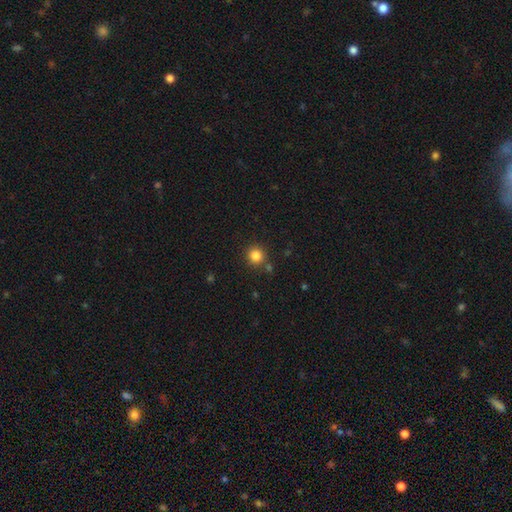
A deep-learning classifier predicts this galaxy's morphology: Smooth or featured?
  - smooth: 84% *
  - star or artifact: 12%
  - featured or disk: 4%
How rounded?
  - round: 92% *
  - in between: 7%
  - cigar-shaped: 1%
Merging?
  - none: 84% *
  - minor disturbance: 7%
  - merger: 6%
  - major disturbance: 2%